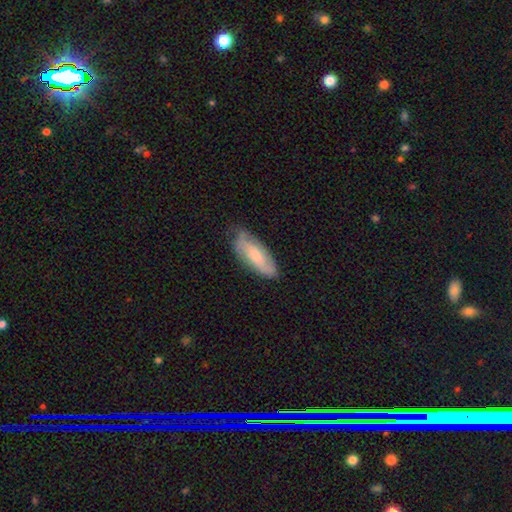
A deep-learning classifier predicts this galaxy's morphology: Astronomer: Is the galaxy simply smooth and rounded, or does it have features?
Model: smooth — 54% (runner-up: featured or disk, 39%).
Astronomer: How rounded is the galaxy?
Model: in between — 72%.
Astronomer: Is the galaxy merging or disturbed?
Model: none — 68%.